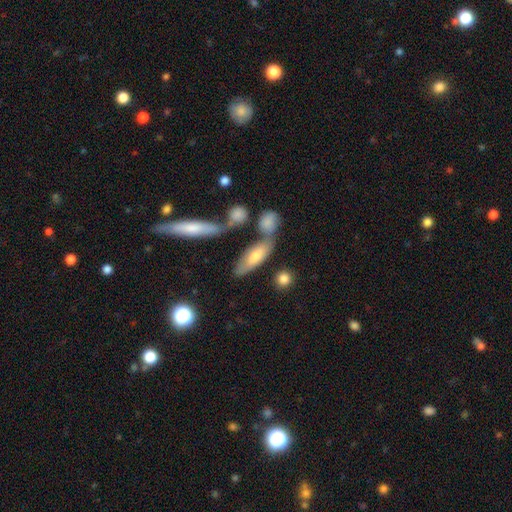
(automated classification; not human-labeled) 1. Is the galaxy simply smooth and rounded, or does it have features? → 60% smooth, 33% featured or disk, 8% star or artifact.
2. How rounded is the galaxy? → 55% in between, 42% cigar-shaped, 3% round.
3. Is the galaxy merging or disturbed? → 51% none, 25% merger, 17% minor disturbance, 7% major disturbance.